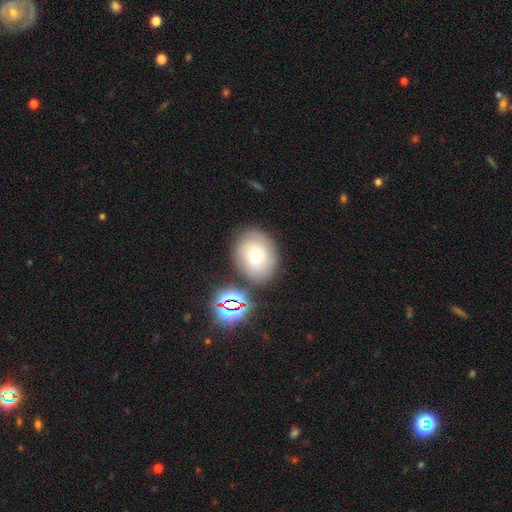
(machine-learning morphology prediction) smooth-or-featured: smooth: 54% | featured or disk: 30% | star or artifact: 17%
  how-rounded: round: 50% | in between: 49% | cigar-shaped: 1%
  merging: none: 76% | minor disturbance: 13% | merger: 7% | major disturbance: 4%